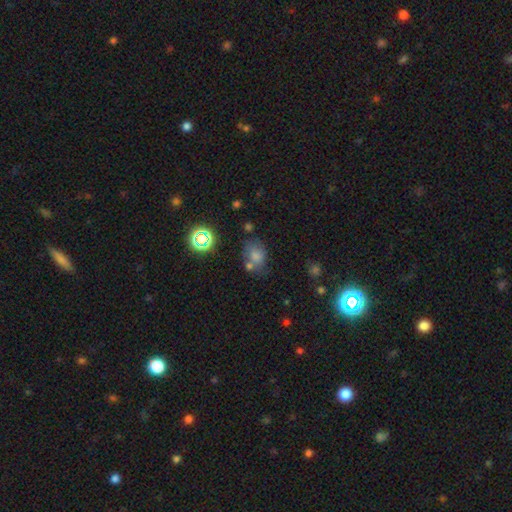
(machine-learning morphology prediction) This appears to be a smooth galaxy with no disk features (63%) that is in between round and cigar-shaped (56%). Merging: none (54%).